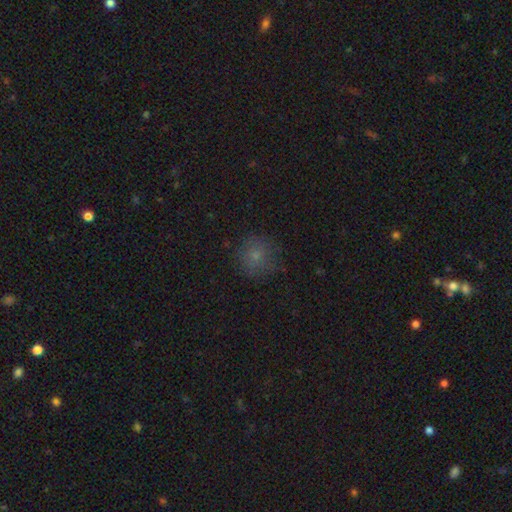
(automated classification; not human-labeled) This appears to be a smooth galaxy with no disk features (75%) that is round (90%). Merging: none (79%).